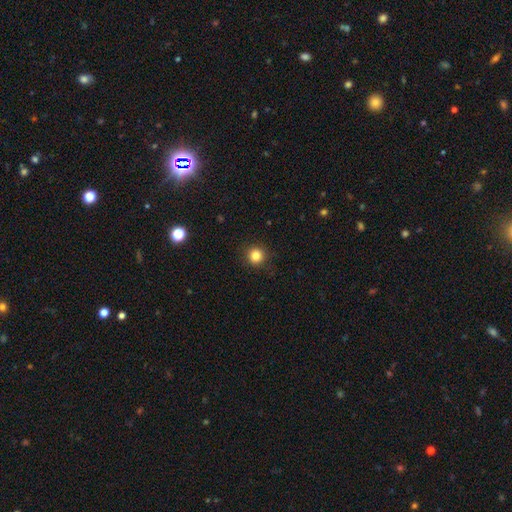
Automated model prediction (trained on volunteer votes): Smooth or featured?
  - smooth: 83% *
  - star or artifact: 12%
  - featured or disk: 5%
How rounded?
  - round: 95% *
  - in between: 4%
  - cigar-shaped: 1%
Merging?
  - none: 92% *
  - minor disturbance: 5%
  - major disturbance: 2%
  - merger: 1%